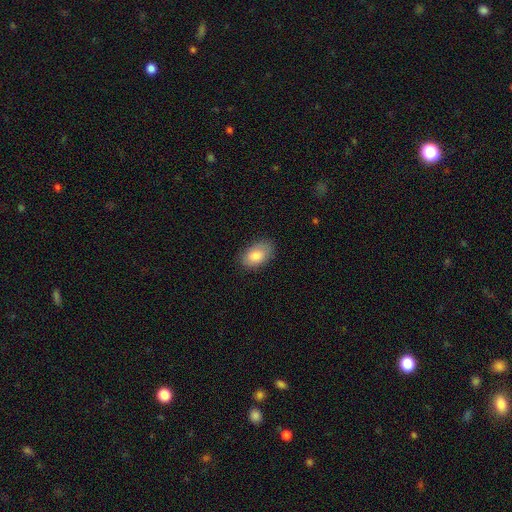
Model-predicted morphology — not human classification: Smooth or featured: smooth — 82% (featured or disk — 11%)
How rounded: in between — 91% (round — 8%)
Merging: none — 80% (minor disturbance — 15%)